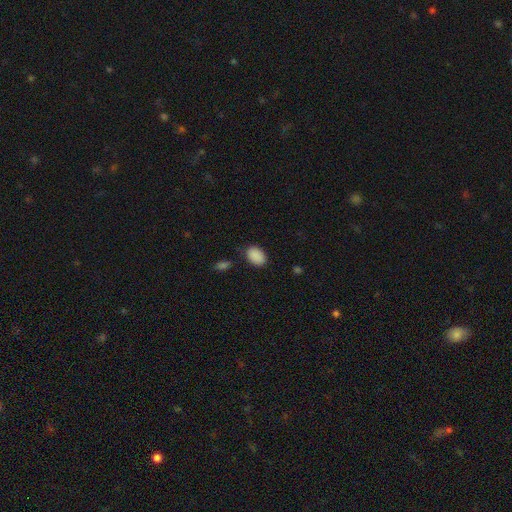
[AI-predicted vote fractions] smooth-or-featured: smooth: 89% | star or artifact: 8% | featured or disk: 3%
  how-rounded: in between: 86% | round: 13% | cigar-shaped: 1%
  merging: none: 80% | minor disturbance: 13% | major disturbance: 4% | merger: 3%